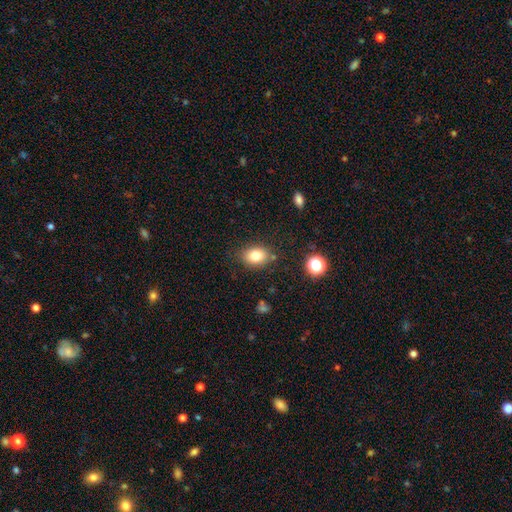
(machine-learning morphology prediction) Smooth or featured: smooth — 80% (star or artifact — 11%)
How rounded: in between — 69% (round — 30%)
Merging: none — 80% (minor disturbance — 13%)